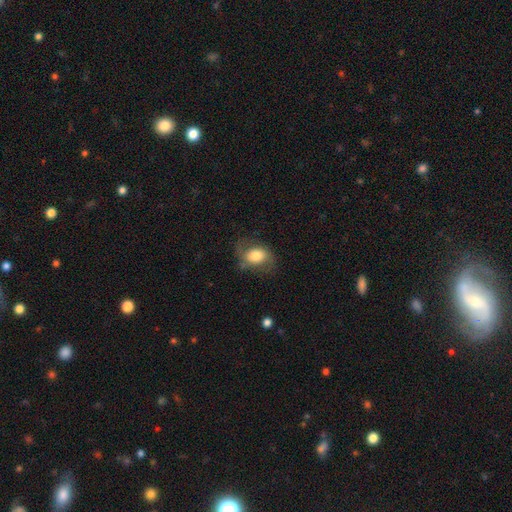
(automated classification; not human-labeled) Smooth or featured? smooth (61%)
How rounded? in between (66%)
Merging? none (59%)